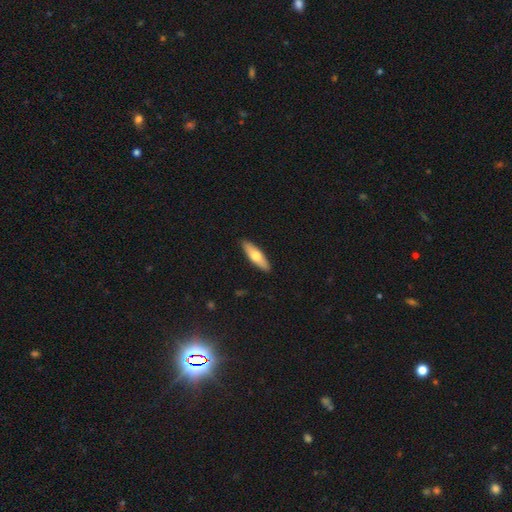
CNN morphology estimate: Smooth or featured?
  - smooth: 62% *
  - featured or disk: 32%
  - star or artifact: 5%
How rounded?
  - cigar-shaped: 58% *
  - in between: 39%
  - round: 2%
Merging?
  - none: 91% *
  - minor disturbance: 7%
  - major disturbance: 1%
  - merger: 1%